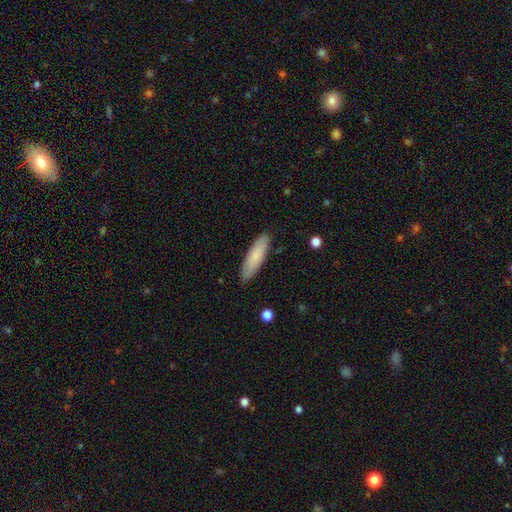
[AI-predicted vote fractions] Morphology: type=smooth (82%); roundness=cigar-shaped (67%); merging=none (88%).